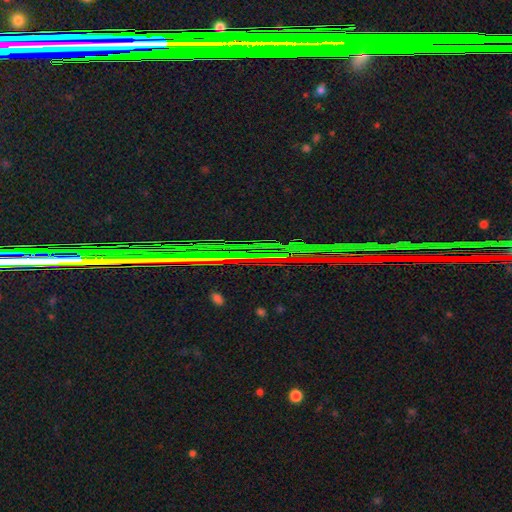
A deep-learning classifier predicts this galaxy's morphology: This appears to be a star or artifact, not a galaxy (83%).